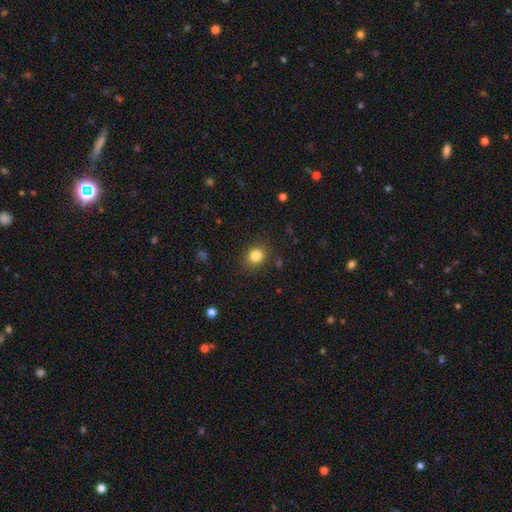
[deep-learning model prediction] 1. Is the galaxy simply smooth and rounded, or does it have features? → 82% smooth, 12% star or artifact, 6% featured or disk.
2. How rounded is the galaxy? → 71% round, 28% in between, 1% cigar-shaped.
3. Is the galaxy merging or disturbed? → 86% none, 10% minor disturbance, 3% major disturbance, 1% merger.